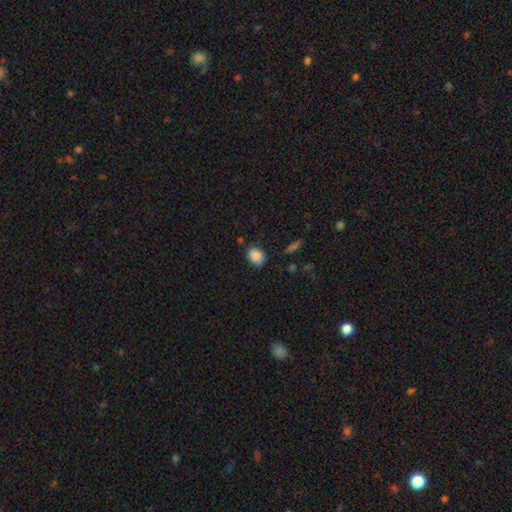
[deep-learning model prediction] Morphology: type=smooth (86%); roundness=in between (66%); merging=none (81%).